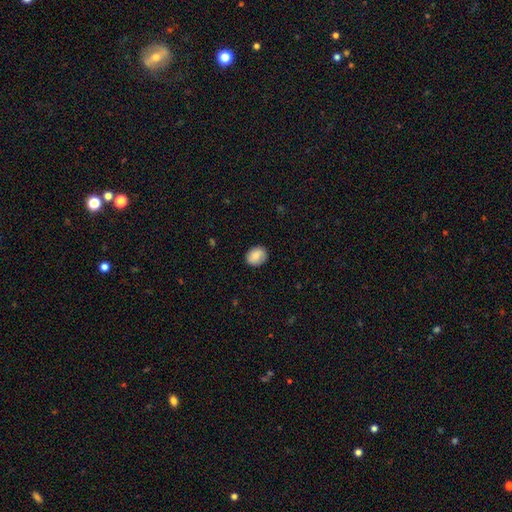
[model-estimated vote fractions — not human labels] smooth_or_featured: smooth (p=0.83) [alt: featured or disk p=0.09]
how_rounded: round (p=0.55) [alt: in between p=0.44]
merging: none (p=0.84) [alt: minor disturbance p=0.12]